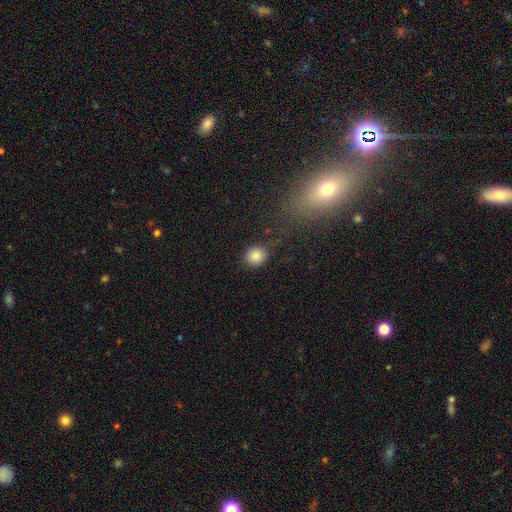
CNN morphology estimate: This appears to be a smooth galaxy with no disk features (84%) that is round (81%). Merging: none (76%).